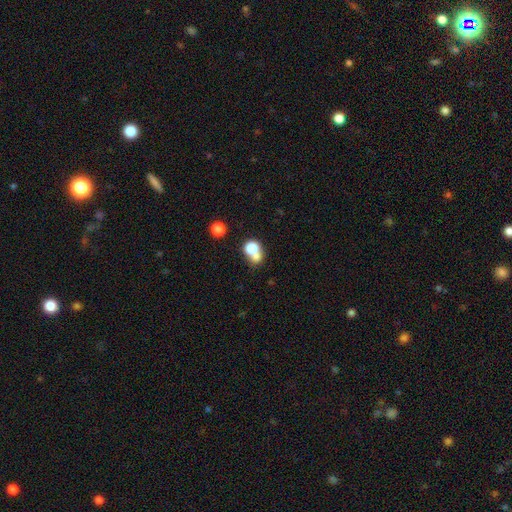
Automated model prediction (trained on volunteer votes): Smooth or featured? smooth (71%)
How rounded? round (73%)
Merging? merger (54%)